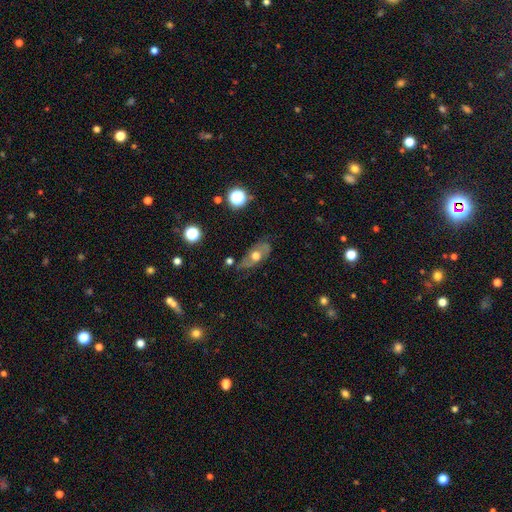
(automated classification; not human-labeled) smooth_or_featured: featured or disk (p=0.46) [alt: smooth p=0.45]
merging: none (p=0.60) [alt: minor disturbance p=0.26]